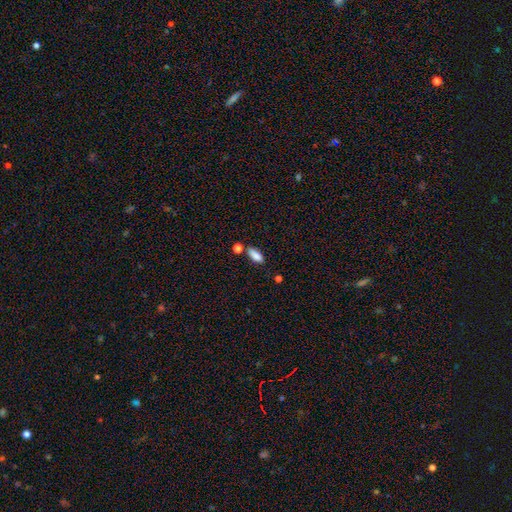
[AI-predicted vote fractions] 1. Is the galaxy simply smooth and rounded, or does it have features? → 83% smooth, 8% star or artifact, 8% featured or disk.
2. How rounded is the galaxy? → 80% in between, 16% cigar-shaped, 4% round.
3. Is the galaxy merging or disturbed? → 65% none, 18% minor disturbance, 13% merger, 5% major disturbance.